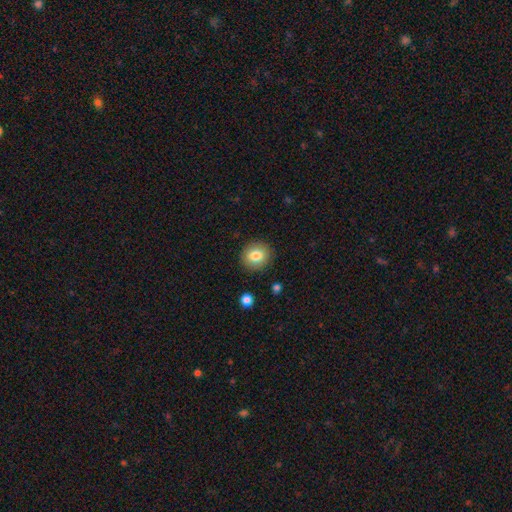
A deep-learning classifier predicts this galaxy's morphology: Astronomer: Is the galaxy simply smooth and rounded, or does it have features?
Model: smooth — 82%.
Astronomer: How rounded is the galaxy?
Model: round — 81%.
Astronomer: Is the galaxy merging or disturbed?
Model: none — 89%.